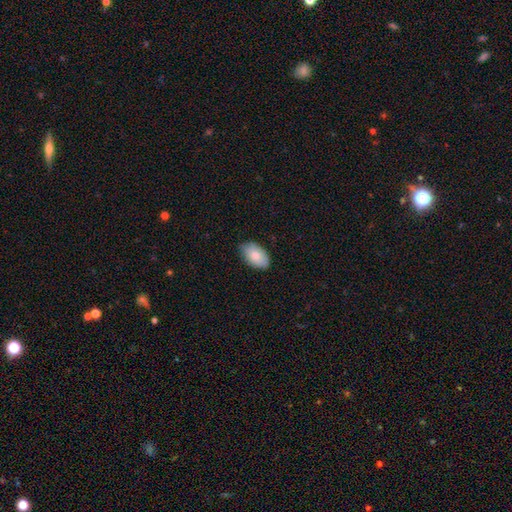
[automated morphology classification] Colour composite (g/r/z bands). It shows a smooth galaxy with no disk features (82%) that is in between round and cigar-shaped (94%). Merging: none (81%).